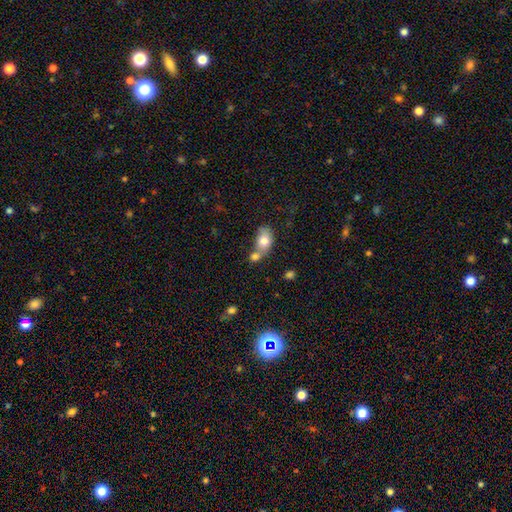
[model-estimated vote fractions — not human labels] smooth_or_featured: smooth (p=0.72) [alt: featured or disk p=0.15]
how_rounded: in between (p=0.70) [alt: round p=0.28]
merging: merger (p=0.54) [alt: none p=0.31]